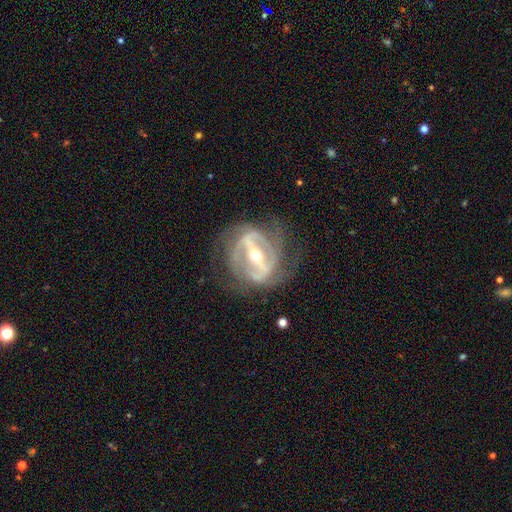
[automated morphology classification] A featured or disk galaxy (89%) with a strong bar (78%), 2 (44%) tight (46%) spiral arms (81%) and a small central bulge (54%). Merging: none (65%).